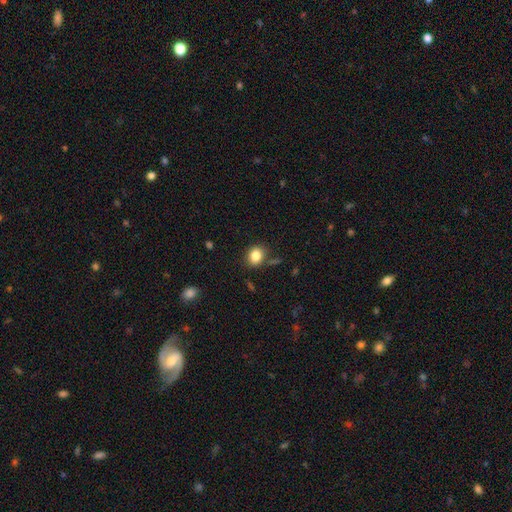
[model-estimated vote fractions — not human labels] Smooth or featured? Predicted: smooth (p=0.84). How rounded? Predicted: round (p=0.59). Merging? Predicted: none (p=0.80).